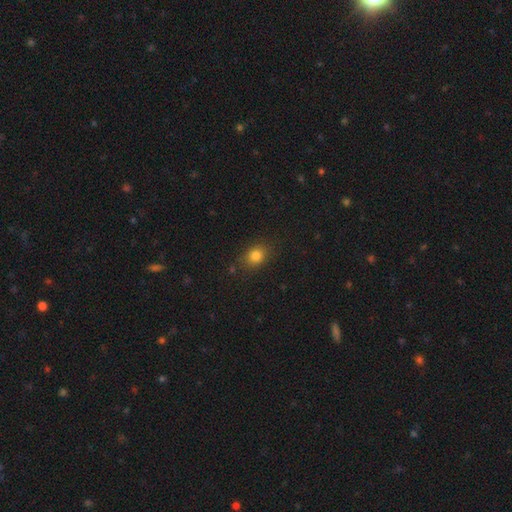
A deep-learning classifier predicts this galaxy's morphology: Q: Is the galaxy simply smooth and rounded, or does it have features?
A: smooth — 81%.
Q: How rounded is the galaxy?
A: in between — 51%.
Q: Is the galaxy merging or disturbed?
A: none — 82%.